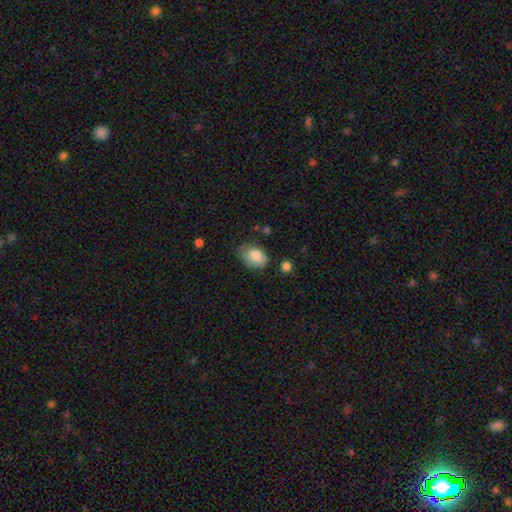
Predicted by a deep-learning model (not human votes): Q: Smooth or featured?
A: smooth (83%); runner-up: featured or disk (10%)
Q: How rounded?
A: in between (81%); runner-up: round (18%)
Q: Merging?
A: none (67%); runner-up: minor disturbance (25%)